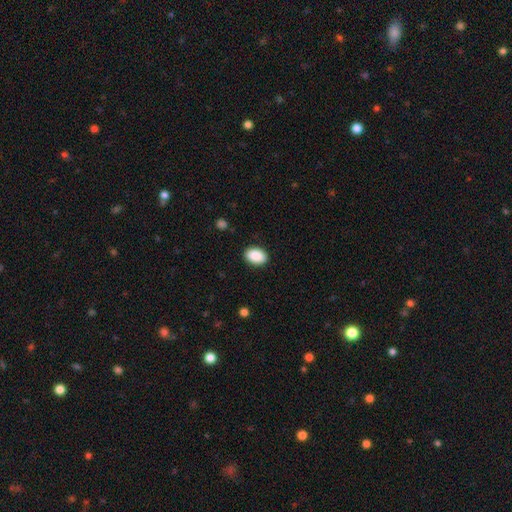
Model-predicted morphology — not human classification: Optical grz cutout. It shows a smooth galaxy with no disk features (90%) that is in between round and cigar-shaped (85%). Merging: none (89%).